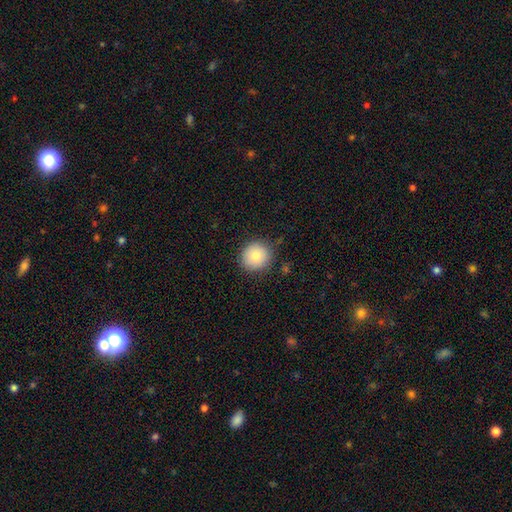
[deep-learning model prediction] This is clearly a smooth galaxy (81%). How rounded: clearly round (90%). Merging: clearly none (85%).